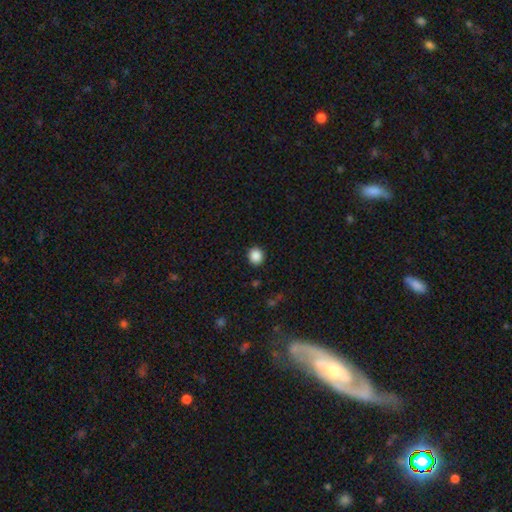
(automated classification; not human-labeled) Smooth or featured: smooth — 88% (star or artifact — 10%)
How rounded: round — 85% (in between — 14%)
Merging: none — 90% (minor disturbance — 6%)